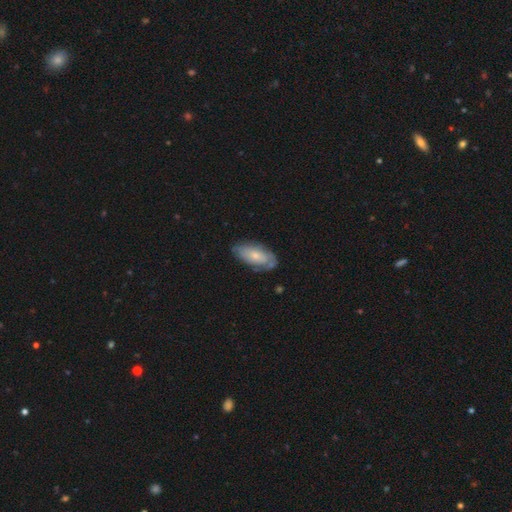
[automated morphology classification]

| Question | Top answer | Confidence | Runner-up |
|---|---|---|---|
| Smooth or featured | smooth | 53% | featured or disk (41%) |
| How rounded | in between | 88% | cigar-shaped (9%) |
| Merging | none | 68% | minor disturbance (24%) |